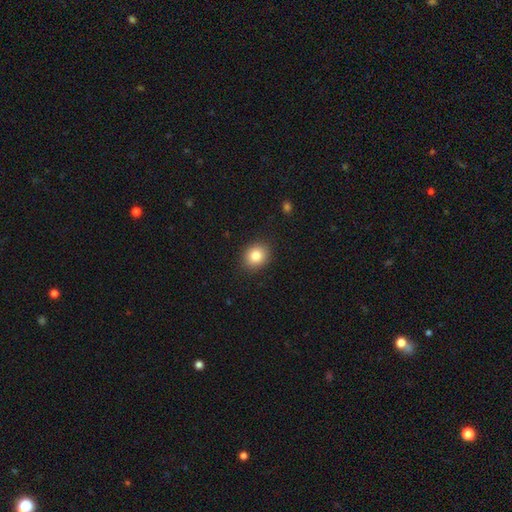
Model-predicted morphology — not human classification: Overall: smooth (84%). How rounded: round (62%; in between 37%). Merging: none (89%).